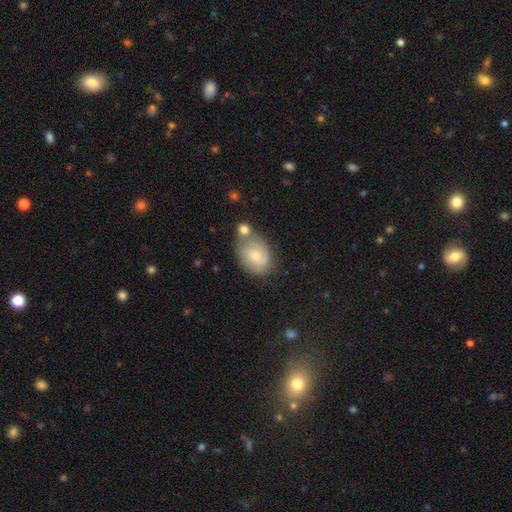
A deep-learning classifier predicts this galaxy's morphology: Smooth or featured? smooth (57%)
How rounded? in between (60%)
Merging? none (46%)